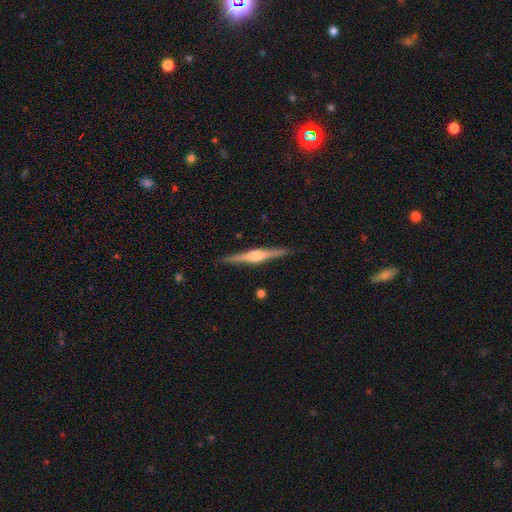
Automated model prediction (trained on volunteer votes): smooth_or_featured: featured or disk (p=0.80) [alt: smooth p=0.14]
disk_edge_on: yes (p=0.98) [alt: no p=0.02]
edge_on_bulge: rounded (p=0.79) [alt: boxy p=0.16]
merging: none (p=0.90) [alt: minor disturbance p=0.07]